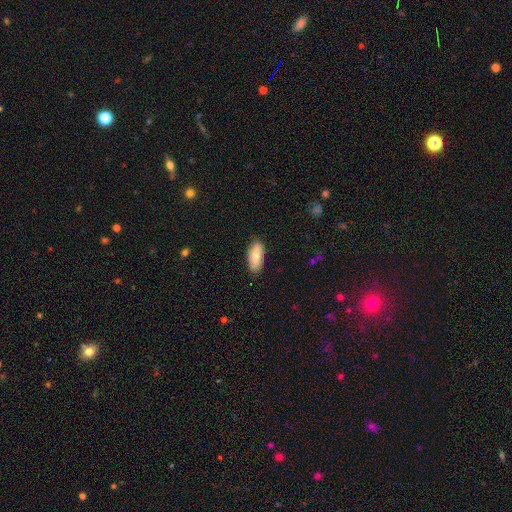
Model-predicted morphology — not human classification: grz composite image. It shows a smooth galaxy with no disk features (73%) that is in between round and cigar-shaped (85%). Merging: none (83%).